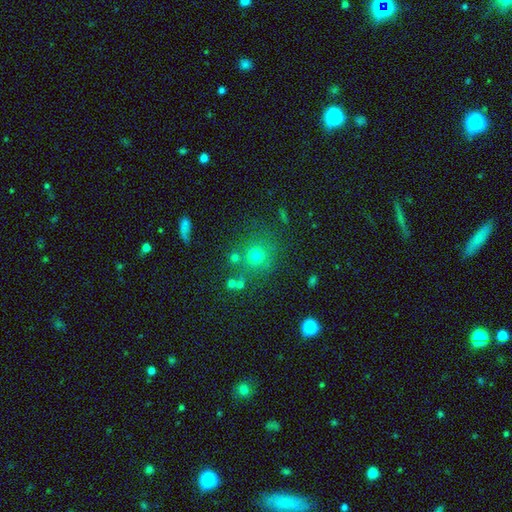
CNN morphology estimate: This appears to be a smooth galaxy with no disk features (72%) that is round (91%). Merging: none (74%).